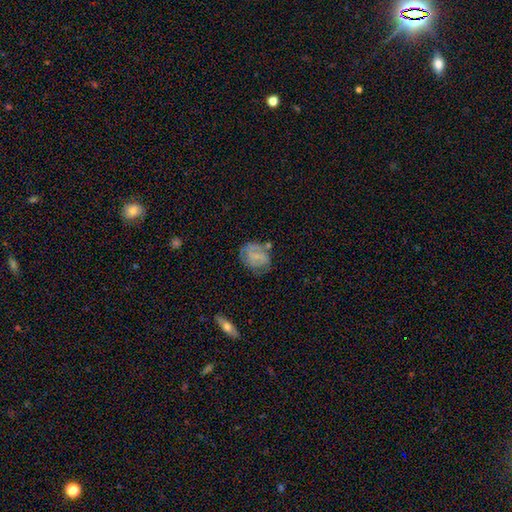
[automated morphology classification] The model was most divided on "smooth or featured" (2-way tie): featured or disk: 45%, smooth: 45%, star or artifact: 10%. More confident: merging — none (58%).